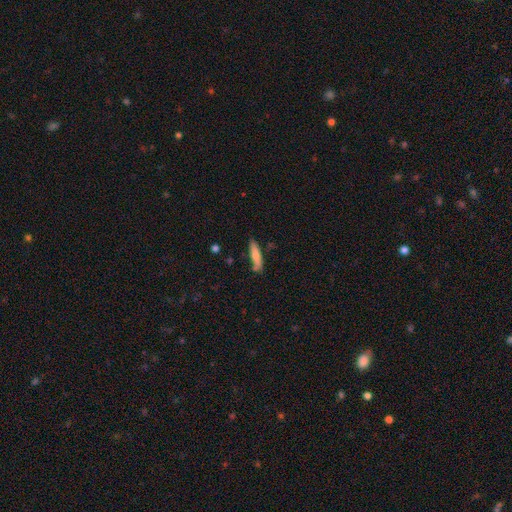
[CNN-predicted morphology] Smooth or featured? smooth (75%)
How rounded? cigar-shaped (84%)
Merging? none (73%)